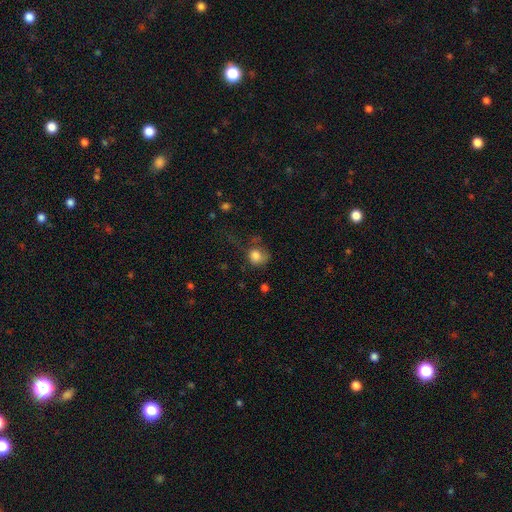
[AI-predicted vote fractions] This appears to be a smooth galaxy with no disk features (79%) that is round (69%). Merging: none (37%).